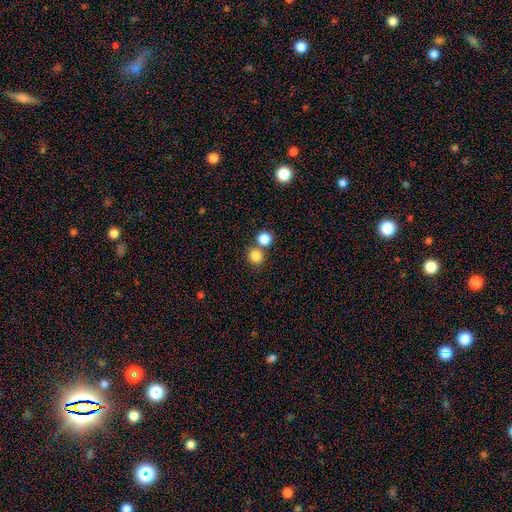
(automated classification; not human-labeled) This is clearly a smooth galaxy (82%). How rounded: clearly round (83%). Merging: likely none (62%).